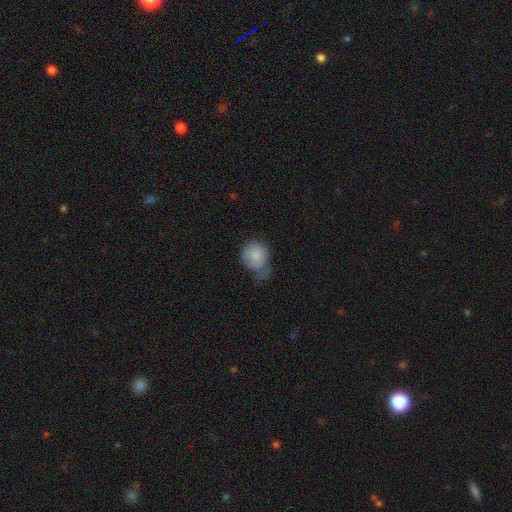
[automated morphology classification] Smooth or featured? Predicted: smooth (p=0.81). How rounded? Predicted: round (p=0.72). Merging? Predicted: minor disturbance (p=0.37).